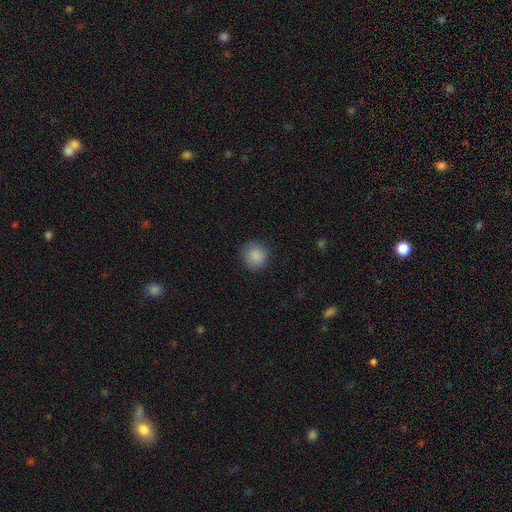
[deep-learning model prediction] smooth-or-featured: smooth: 87% | star or artifact: 9% | featured or disk: 4%
  how-rounded: round: 93% | in between: 6% | cigar-shaped: 1%
  merging: none: 86% | minor disturbance: 10% | major disturbance: 3% | merger: 1%